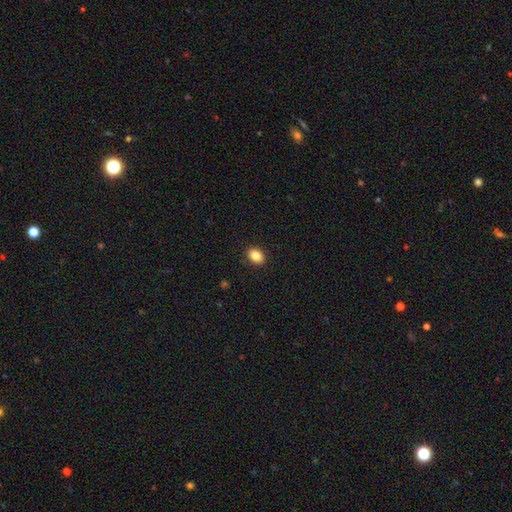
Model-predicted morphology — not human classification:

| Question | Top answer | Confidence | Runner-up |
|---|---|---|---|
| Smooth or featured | smooth | 86% | star or artifact (9%) |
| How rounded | in between | 71% | round (28%) |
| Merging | none | 90% | minor disturbance (7%) |